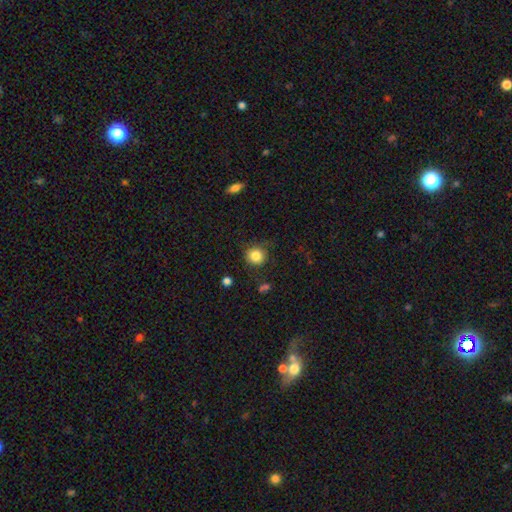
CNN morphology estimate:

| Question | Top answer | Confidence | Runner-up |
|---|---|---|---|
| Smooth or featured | smooth | 83% | star or artifact (10%) |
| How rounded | round | 90% | in between (9%) |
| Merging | none | 77% | minor disturbance (16%) |